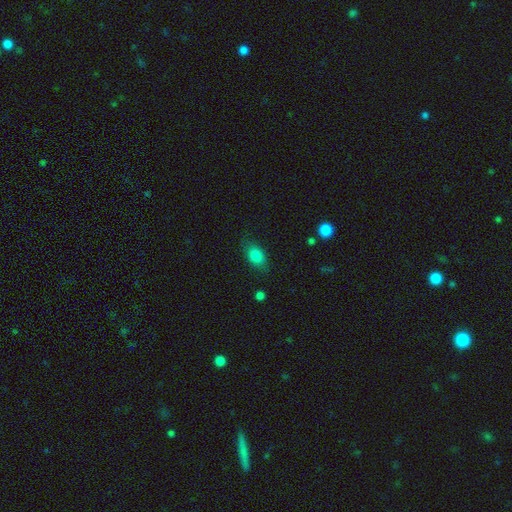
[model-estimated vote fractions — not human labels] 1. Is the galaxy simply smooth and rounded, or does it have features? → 82% smooth, 10% featured or disk, 9% star or artifact.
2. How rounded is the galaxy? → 81% in between, 16% round, 3% cigar-shaped.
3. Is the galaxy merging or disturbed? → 76% none, 17% minor disturbance, 5% major disturbance, 1% merger.